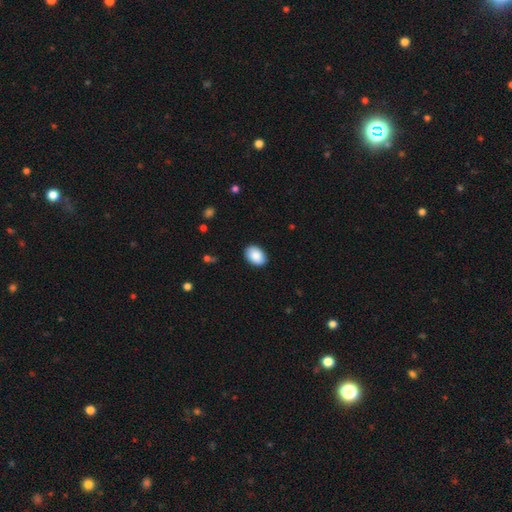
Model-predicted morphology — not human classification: Smooth or featured? smooth (90%)
How rounded? in between (86%)
Merging? none (89%)